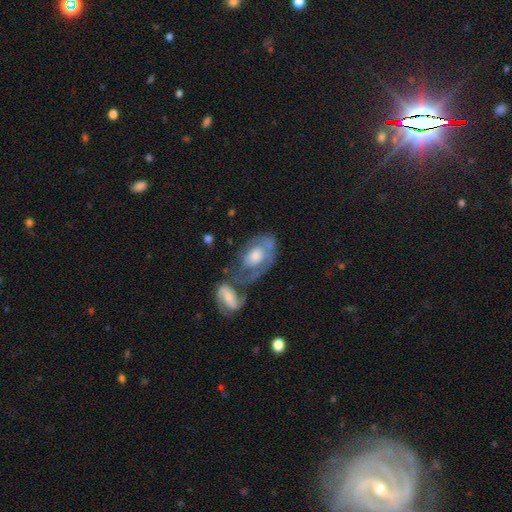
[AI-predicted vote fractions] A featured or disk galaxy (65%) with no bar (75%), spiral arms (66%) and a moderate central bulge (49%).

Vote fractions:
- Smooth or featured? featured or disk: 65% / smooth: 29% / star or artifact: 6%
- Edge-on disk? no: 94% / yes: 6%
- Bar? no: 75% / weak: 20% / strong: 5%
- Spiral arms? yes: 66% / no: 34%
- Bulge size? moderate: 49% / large: 25% / small: 19% / none: 5% / dominant: 2%
- Merging? merger: 39% / none: 30% / minor disturbance: 16% / major disturbance: 15%